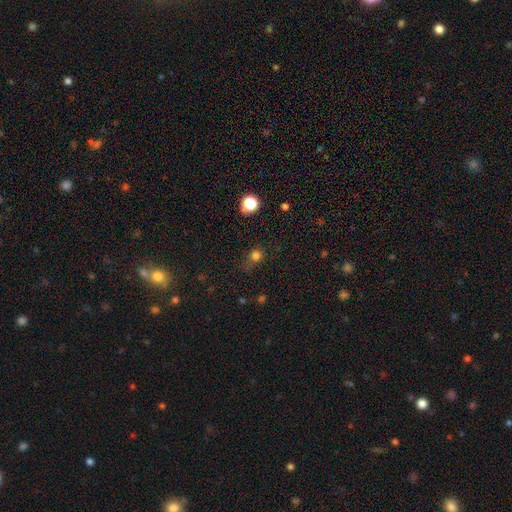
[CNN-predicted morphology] Smooth or featured? smooth (73%)
How rounded? round (81%)
Merging? none (60%)